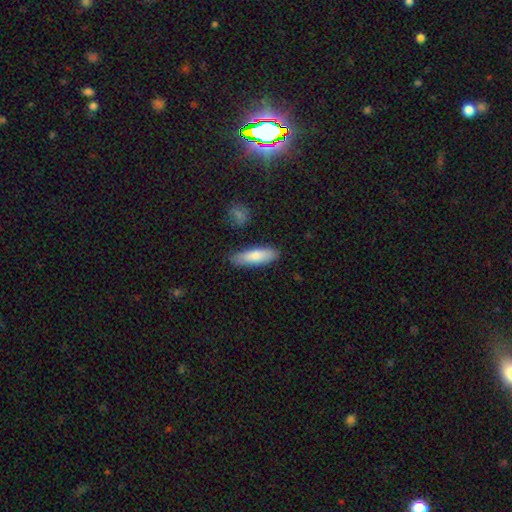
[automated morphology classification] Smooth or featured? Predicted: smooth (p=0.81). How rounded? Predicted: cigar-shaped (p=0.49, tied with in between). Merging? Predicted: none (p=0.84).